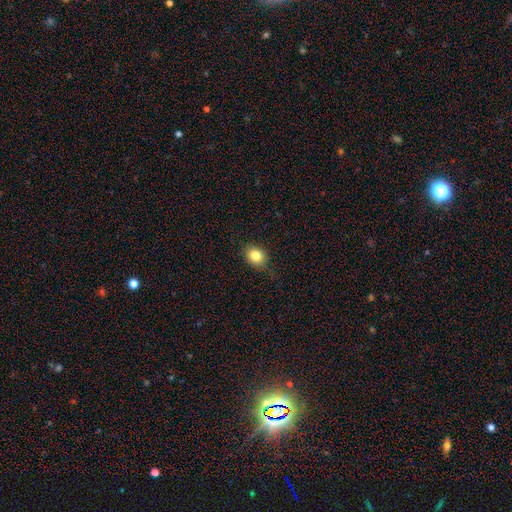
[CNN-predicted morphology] A smooth galaxy with no disk features (82%) that is round (61%). Merging: none (81%).